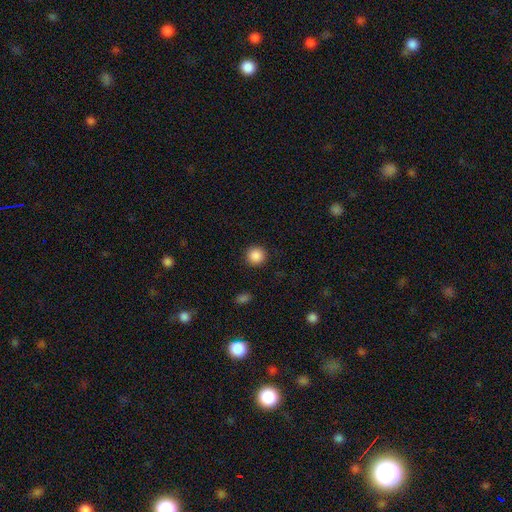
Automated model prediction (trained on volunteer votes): This is clearly a smooth galaxy (88%). How rounded: clearly round (94%). Merging: clearly none (91%).